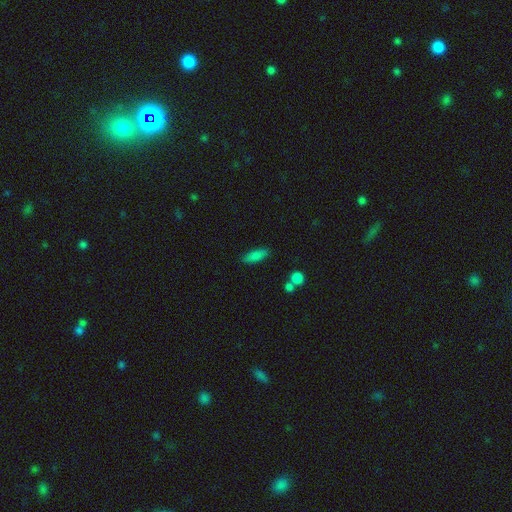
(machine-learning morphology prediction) smooth_or_featured: smooth (p=0.84) [alt: star or artifact p=0.09]
how_rounded: in between (p=0.63) [alt: cigar-shaped p=0.35]
merging: none (p=0.82) [alt: minor disturbance p=0.11]